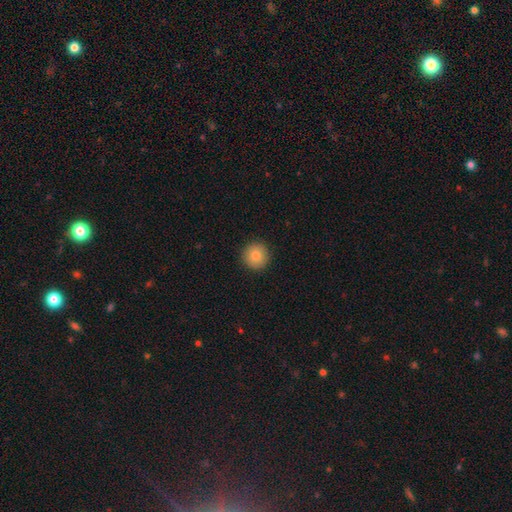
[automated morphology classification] The model was most divided on "smooth or featured": smooth: 84%, star or artifact: 9%, featured or disk: 7%. More confident: how rounded — round (95%); merging — none (92%).